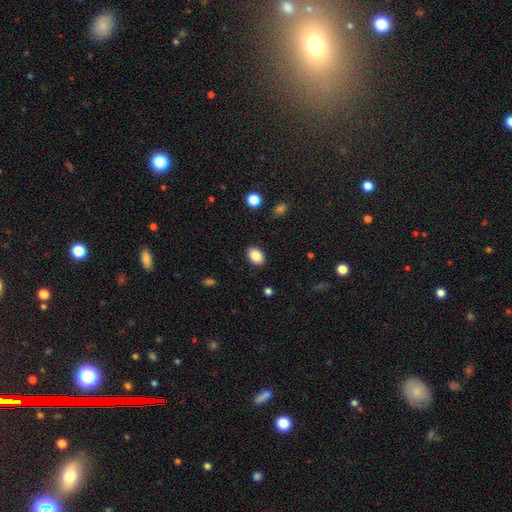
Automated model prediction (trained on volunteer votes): Q: Smooth or featured?
A: smooth (87%); runner-up: star or artifact (8%)
Q: How rounded?
A: in between (78%); runner-up: round (21%)
Q: Merging?
A: none (89%); runner-up: minor disturbance (8%)